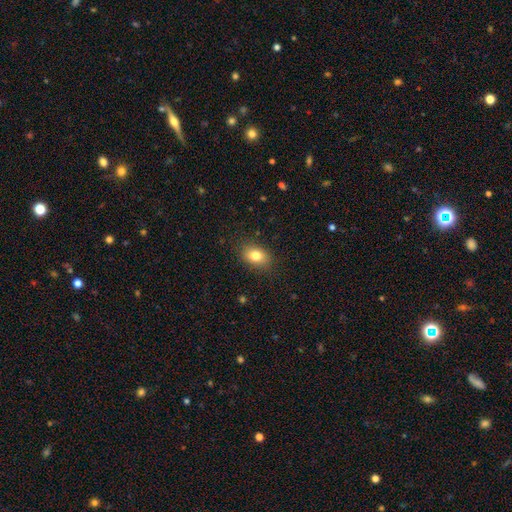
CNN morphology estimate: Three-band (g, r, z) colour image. It shows a smooth galaxy with no disk features (80%) that is in between round and cigar-shaped (77%). Merging: none (86%).